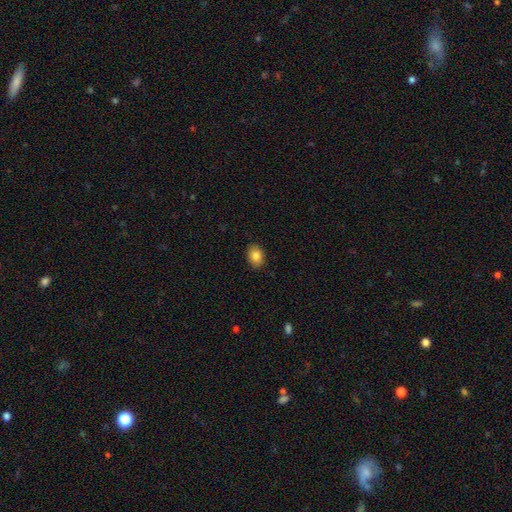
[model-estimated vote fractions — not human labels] Smooth or featured? smooth (85%)
How rounded? in between (75%)
Merging? none (87%)